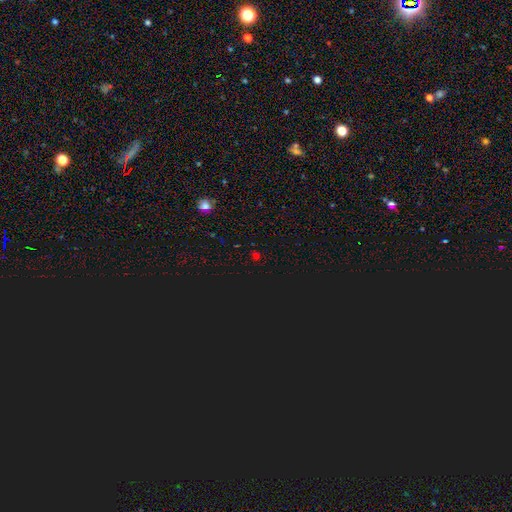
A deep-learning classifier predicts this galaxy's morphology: A star or artifact, not a galaxy (63%).